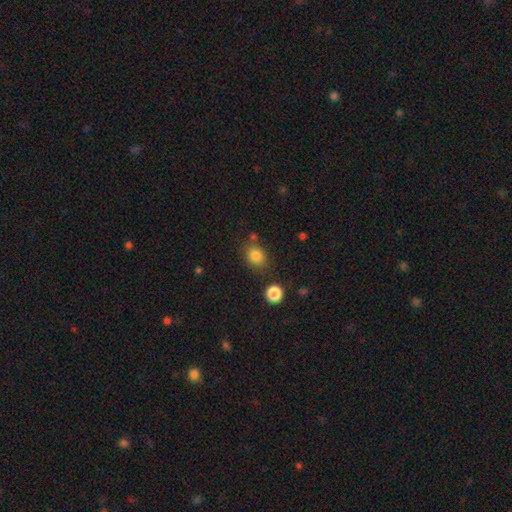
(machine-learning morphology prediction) This is clearly a smooth galaxy (83%). How rounded: possibly round (55%). Merging: likely none (75%).